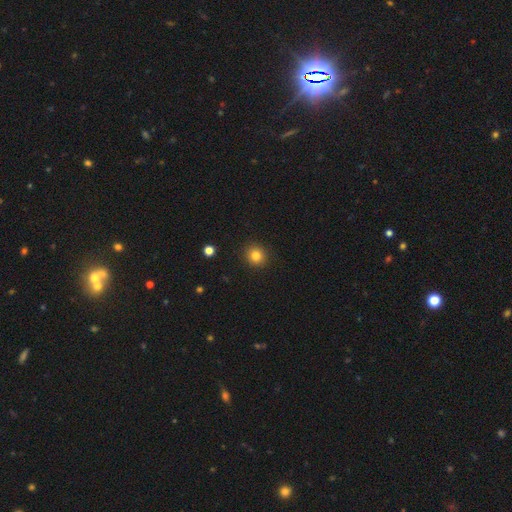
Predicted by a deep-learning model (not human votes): This appears to be a smooth galaxy with no disk features (82%) that is round (91%). Merging: none (92%).